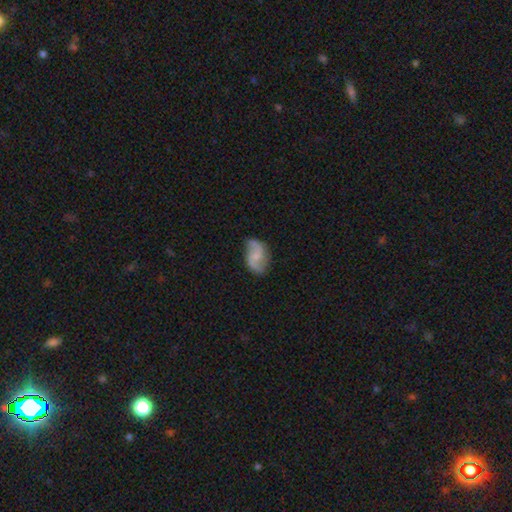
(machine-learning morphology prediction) Smooth or featured? Predicted: featured or disk (p=0.73). Edge-on disk? Predicted: no (p=0.98). Bar? Predicted: no (p=0.48). Spiral arms? Predicted: yes (p=0.94). Spiral winding? Predicted: loose (p=0.59). Spiral arm count? Predicted: 2 (p=0.91). Bulge size? Predicted: small (p=0.44). Merging? Predicted: none (p=0.72).